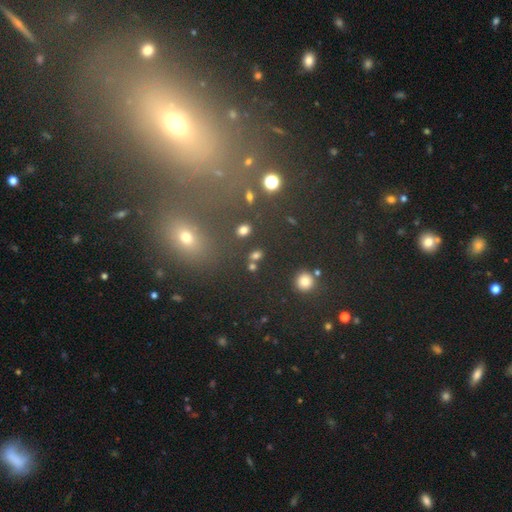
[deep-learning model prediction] Smooth or featured? Predicted: smooth (p=0.70). How rounded? Predicted: round (p=0.50). Merging? Predicted: none (p=0.75).